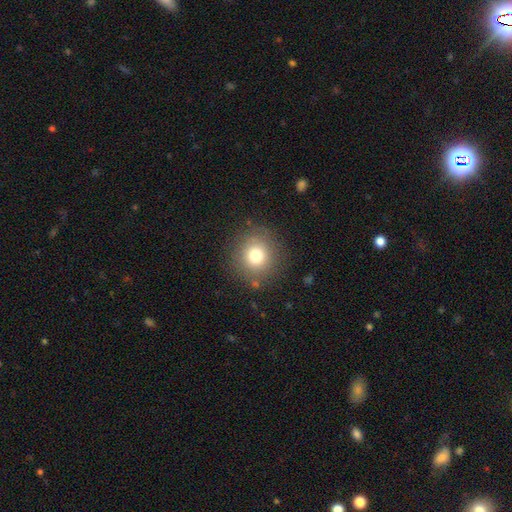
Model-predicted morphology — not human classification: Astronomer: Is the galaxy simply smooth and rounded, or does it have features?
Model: smooth — 77%.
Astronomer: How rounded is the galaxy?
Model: round — 91%.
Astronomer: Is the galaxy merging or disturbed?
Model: none — 86%.